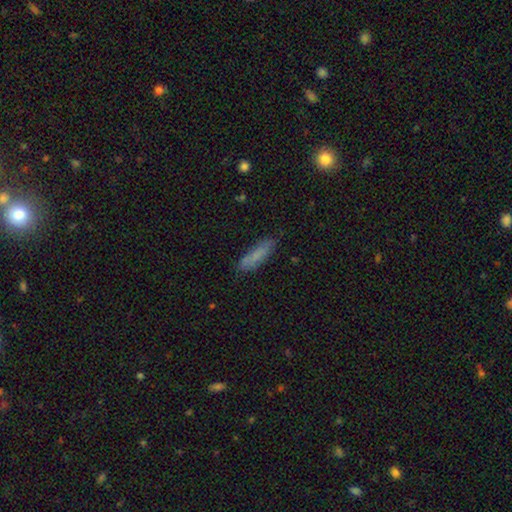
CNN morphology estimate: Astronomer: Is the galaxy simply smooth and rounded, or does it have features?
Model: smooth — 76%.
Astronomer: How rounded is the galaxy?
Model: cigar-shaped — 70%.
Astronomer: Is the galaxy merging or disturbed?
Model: none — 79%.